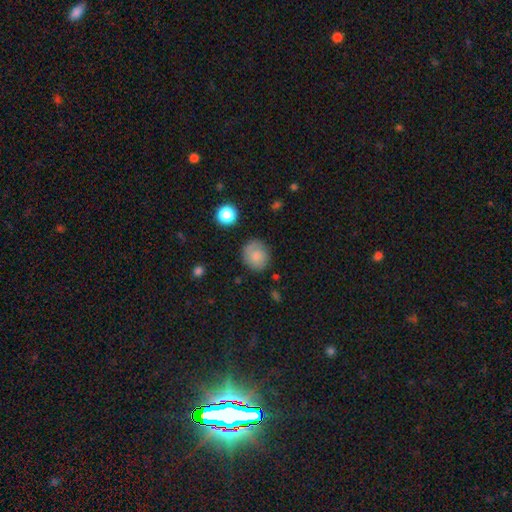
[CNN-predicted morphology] Overall: smooth (76%). How rounded: round (82%). Merging: none (76%).